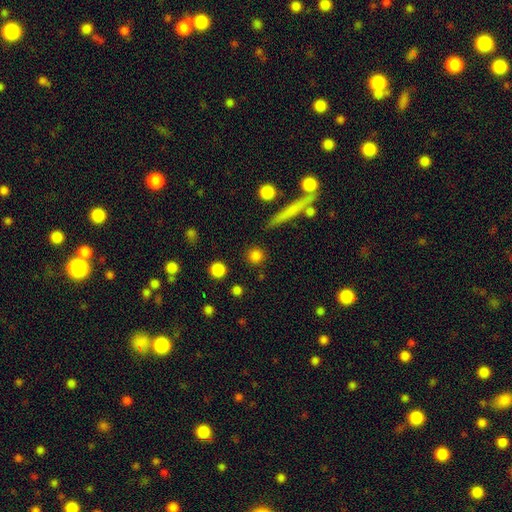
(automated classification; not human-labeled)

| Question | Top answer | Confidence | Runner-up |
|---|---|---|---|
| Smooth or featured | smooth | 83% | star or artifact (11%) |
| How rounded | round | 92% | in between (6%) |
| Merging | none | 88% | minor disturbance (7%) |